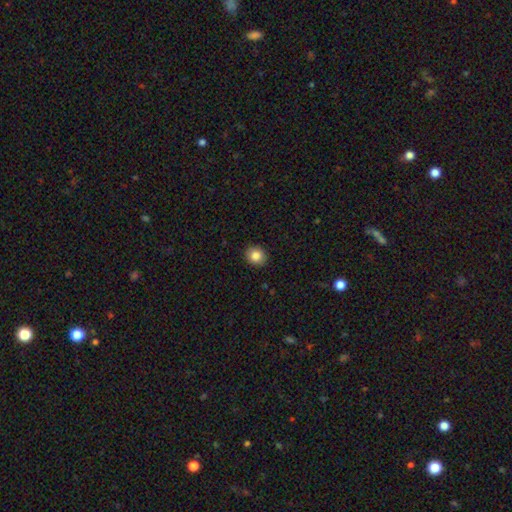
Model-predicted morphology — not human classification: The model was most divided on "how rounded": round: 78%, in between: 21%, cigar-shaped: 1%. More confident: merging — none (92%); smooth or featured — smooth (85%).